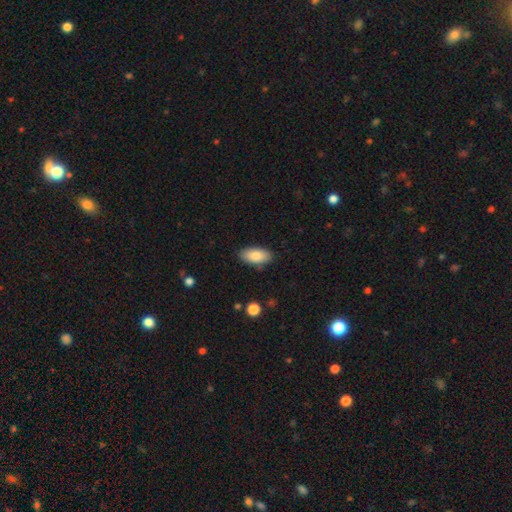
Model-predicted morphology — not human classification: Smooth or featured? smooth (83%)
How rounded? in between (92%)
Merging? none (86%)